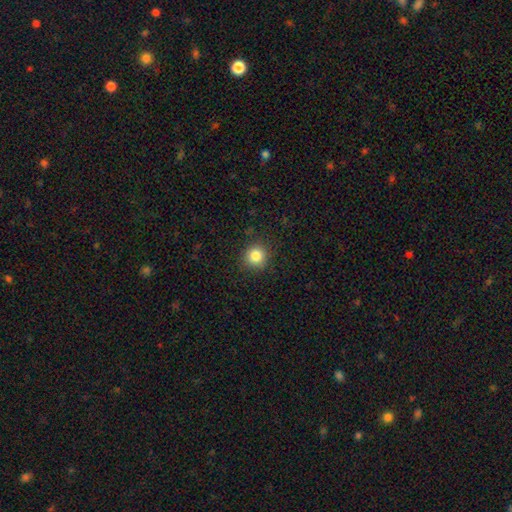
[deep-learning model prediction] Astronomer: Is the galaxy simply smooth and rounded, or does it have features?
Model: smooth — 84%.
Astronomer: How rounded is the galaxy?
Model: round — 91%.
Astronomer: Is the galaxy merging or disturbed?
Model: none — 89%.